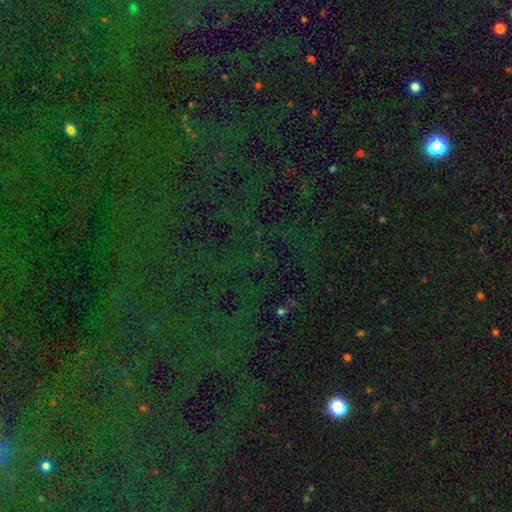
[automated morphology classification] Smooth or featured? Predicted: star or artifact (p=0.82).